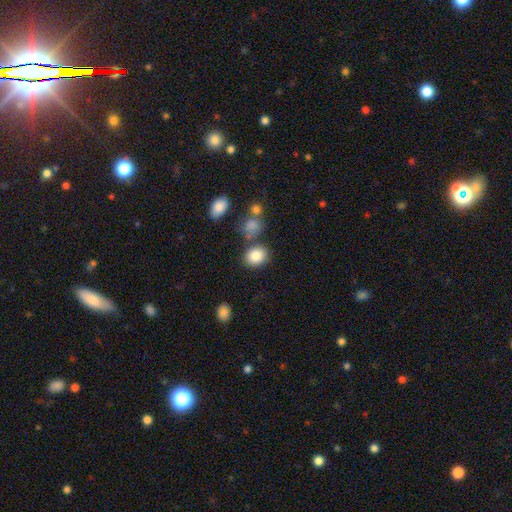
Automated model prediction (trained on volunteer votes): This appears to be a smooth galaxy with no disk features (85%) that is in between round and cigar-shaped (52%). Merging: none (74%).